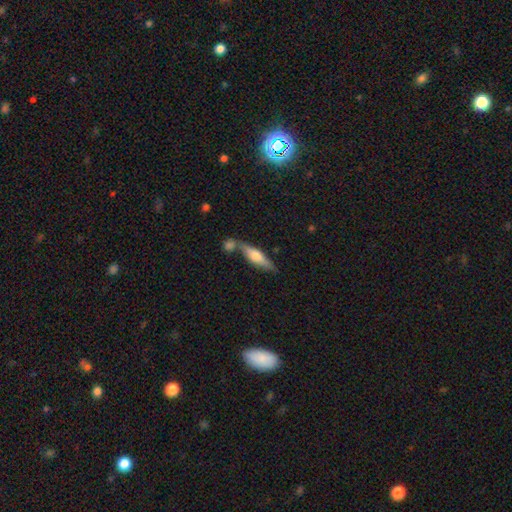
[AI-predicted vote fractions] The model was most divided on "smooth or featured": smooth: 52%, featured or disk: 42%, star or artifact: 6%. More confident: how rounded — cigar-shaped (66%); merging — none (57%).